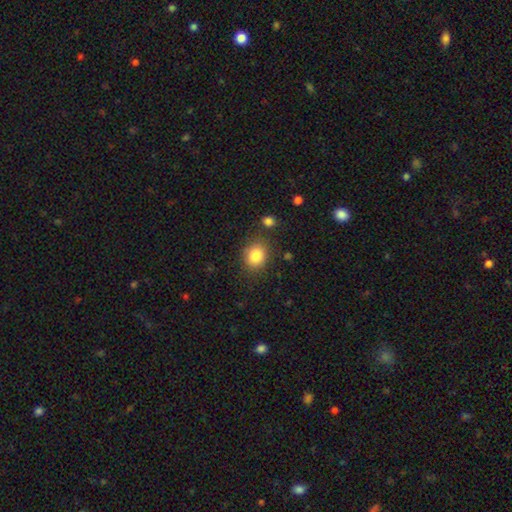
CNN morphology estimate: smooth_or_featured: smooth (p=0.84) [alt: star or artifact p=0.10]
how_rounded: round (p=0.63) [alt: in between p=0.36]
merging: none (p=0.82) [alt: minor disturbance p=0.11]